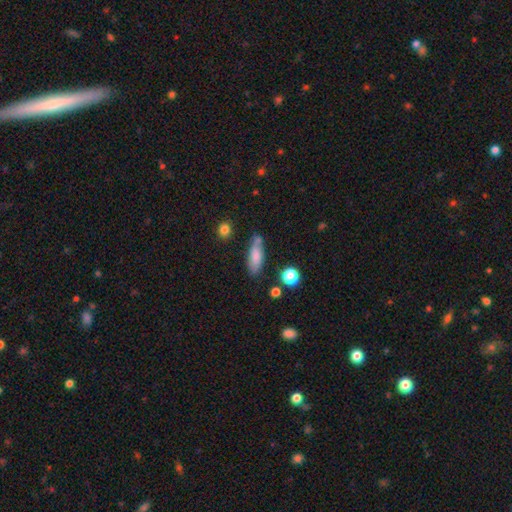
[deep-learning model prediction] The model was most divided on "how rounded": in between: 58%, cigar-shaped: 40%, round: 3%. More confident: smooth or featured — smooth (78%); merging — none (65%).